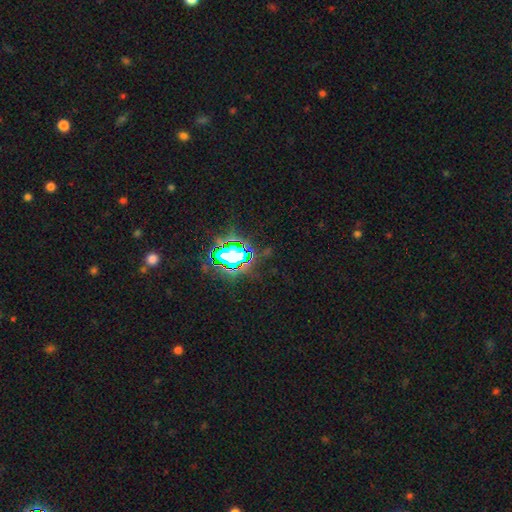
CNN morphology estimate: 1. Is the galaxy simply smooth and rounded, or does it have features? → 80% star or artifact, 13% smooth, 8% featured or disk.